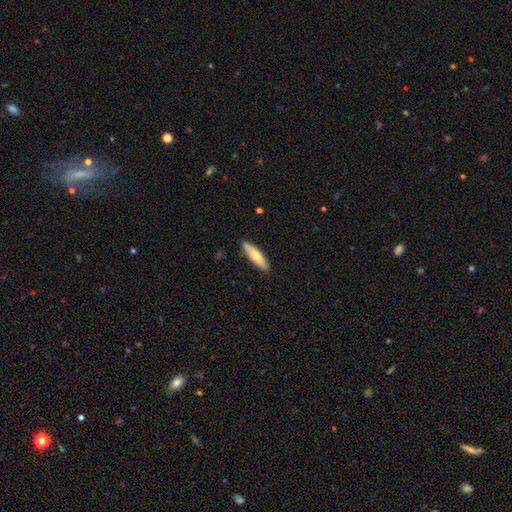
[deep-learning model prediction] The model was most divided on "how rounded": cigar-shaped: 63%, in between: 35%, round: 2%. More confident: merging — none (87%); smooth or featured — smooth (68%).